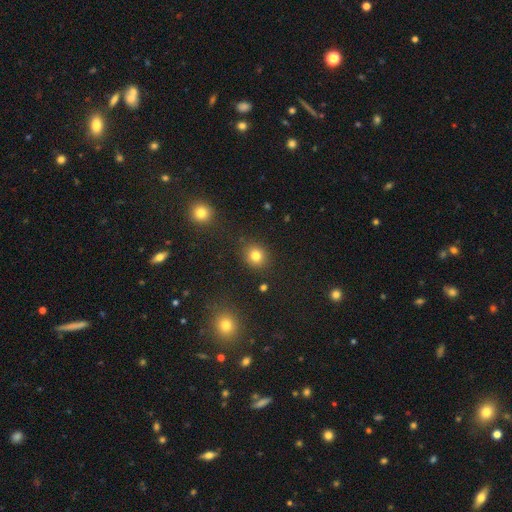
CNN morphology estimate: smooth-or-featured: smooth: 80% | star or artifact: 14% | featured or disk: 6%
  how-rounded: round: 80% | in between: 19% | cigar-shaped: 1%
  merging: none: 85% | minor disturbance: 9% | major disturbance: 3% | merger: 3%